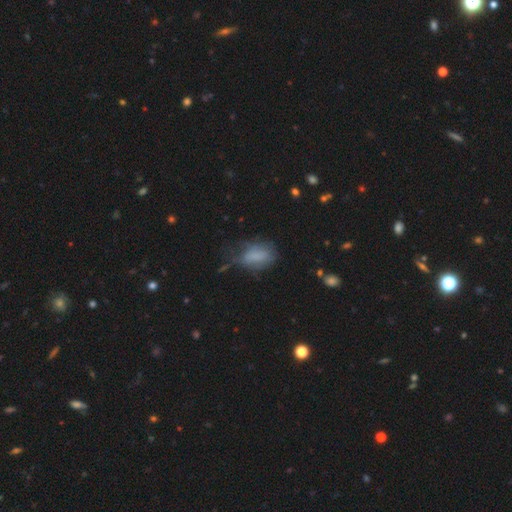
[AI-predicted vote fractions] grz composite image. It shows a smooth galaxy with no disk features (72%) that is in between round and cigar-shaped (87%). Merging: none (43%).